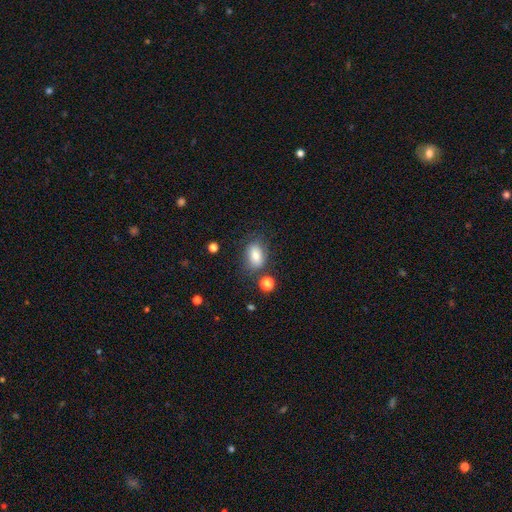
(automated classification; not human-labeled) Overall: smooth (78%). How rounded: in between (84%). Merging: none (72%).